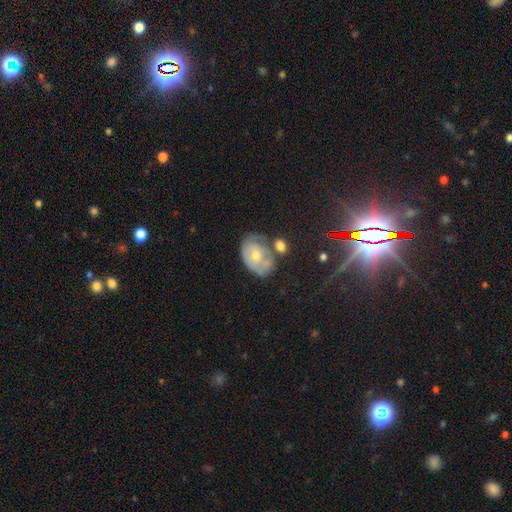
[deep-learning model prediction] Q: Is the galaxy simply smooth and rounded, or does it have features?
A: featured or disk — 46%, tied with smooth.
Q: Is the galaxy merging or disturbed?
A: none — 39%.